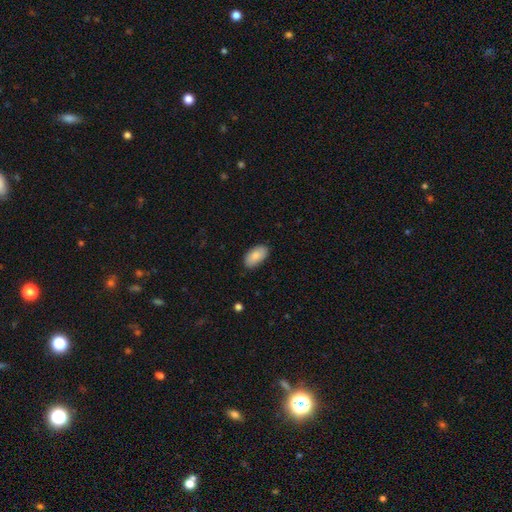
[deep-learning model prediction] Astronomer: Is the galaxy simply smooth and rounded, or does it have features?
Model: smooth — 86%.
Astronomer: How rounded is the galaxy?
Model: in between — 95%.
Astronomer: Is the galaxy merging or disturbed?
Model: none — 87%.